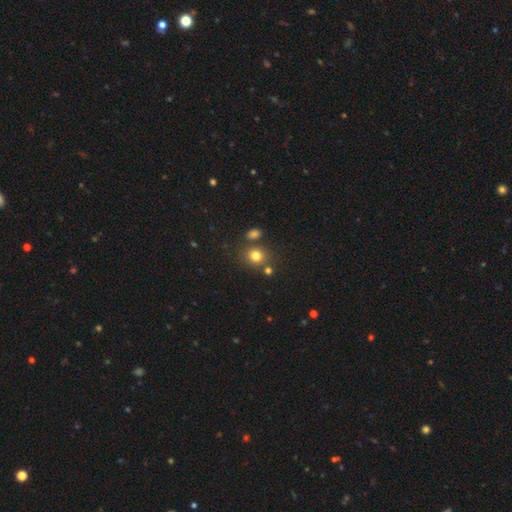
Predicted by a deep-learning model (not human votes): A smooth galaxy with no disk features (78%) that is round (79%).

Vote fractions:
- Smooth or featured? smooth: 78% / star or artifact: 15% / featured or disk: 8%
- How rounded? round: 79% / in between: 21% / cigar-shaped: 1%
- Merging? none: 72% / merger: 15% / minor disturbance: 10% / major disturbance: 4%